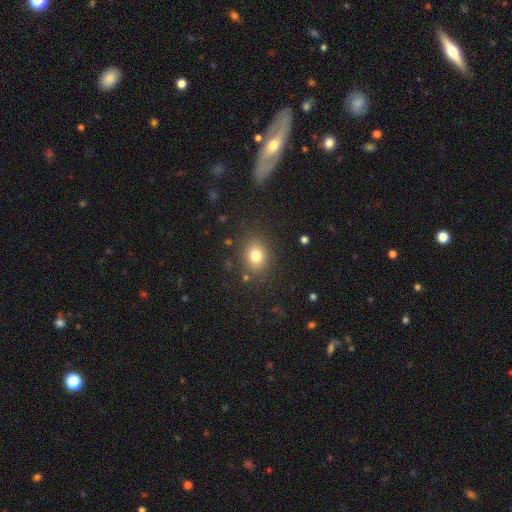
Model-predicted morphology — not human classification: A smooth galaxy with no disk features (79%) that is in between round and cigar-shaped (52%).

Vote fractions:
- Smooth or featured? smooth: 79% / star or artifact: 12% / featured or disk: 9%
- How rounded? in between: 52% / round: 47% / cigar-shaped: 1%
- Merging? none: 84% / minor disturbance: 10% / major disturbance: 4% / merger: 2%